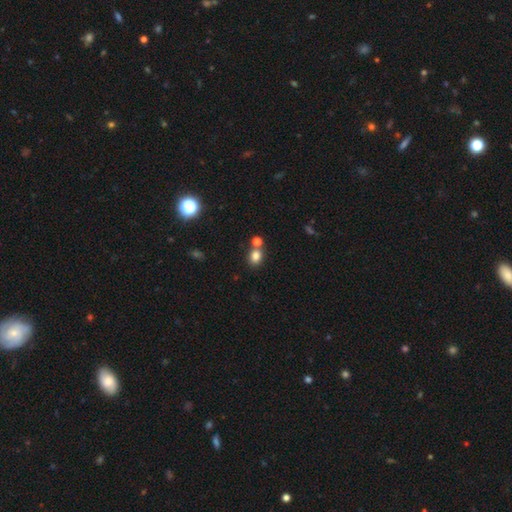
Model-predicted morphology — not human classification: smooth-or-featured: smooth: 81% | star or artifact: 12% | featured or disk: 7%
  how-rounded: round: 55% | in between: 44% | cigar-shaped: 1%
  merging: none: 62% | merger: 25% | minor disturbance: 10% | major disturbance: 3%